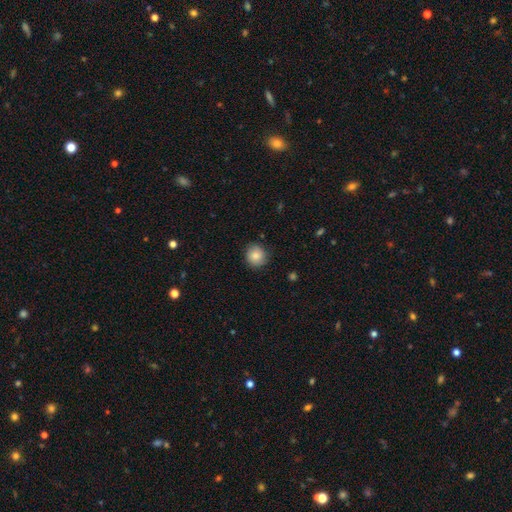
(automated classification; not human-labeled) A smooth galaxy with no disk features (82%) that is round (87%). Merging: none (84%).